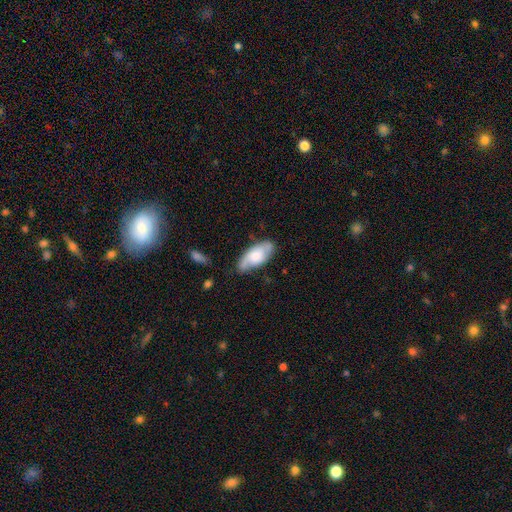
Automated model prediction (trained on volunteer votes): Morphology: type=featured or disk (50%); merging=none (69%).